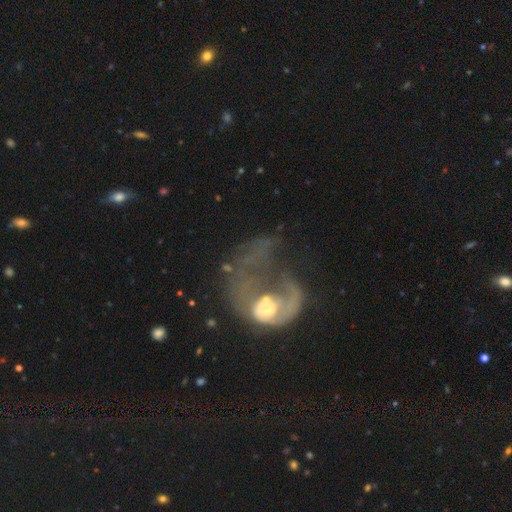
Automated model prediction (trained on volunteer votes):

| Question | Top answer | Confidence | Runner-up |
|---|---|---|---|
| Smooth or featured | featured or disk | 59% | smooth (27%) |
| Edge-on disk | no | 97% | yes (3%) |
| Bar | no | 84% | weak (13%) |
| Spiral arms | no | 59% | yes (41%) |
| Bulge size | moderate | 52% | large (21%) |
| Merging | major disturbance | 68% | none (14%) |